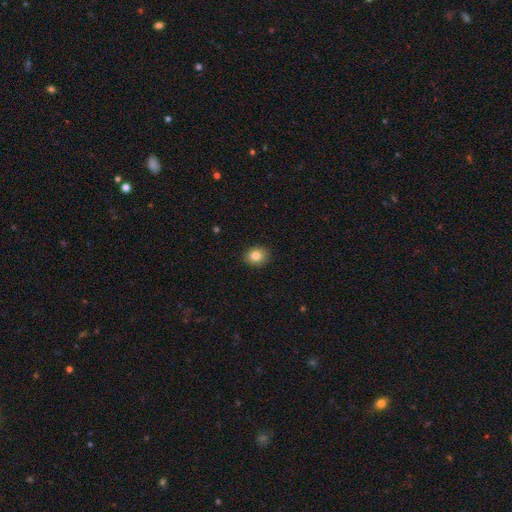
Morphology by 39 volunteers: This appears to be a smooth galaxy with no disk features (72%) that is round (57%). Merging: none (92%).